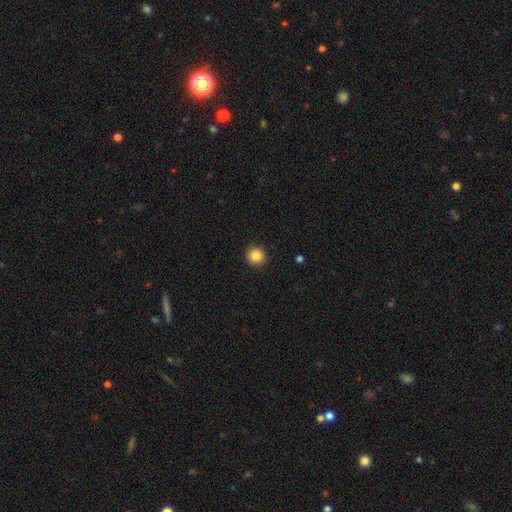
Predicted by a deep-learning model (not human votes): Smooth or featured?
  - smooth: 87% *
  - star or artifact: 10%
  - featured or disk: 4%
How rounded?
  - round: 94% *
  - in between: 6%
  - cigar-shaped: 1%
Merging?
  - none: 92% *
  - minor disturbance: 5%
  - major disturbance: 2%
  - merger: 1%